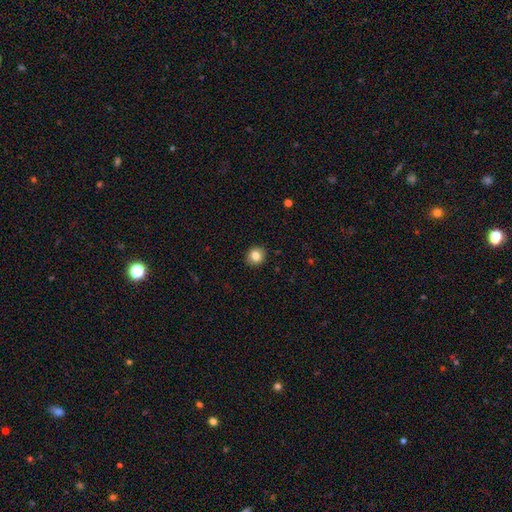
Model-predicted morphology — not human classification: smooth_or_featured: smooth (p=0.82) [alt: star or artifact p=0.09]
how_rounded: round (p=0.79) [alt: in between p=0.20]
merging: none (p=0.91) [alt: minor disturbance p=0.07]